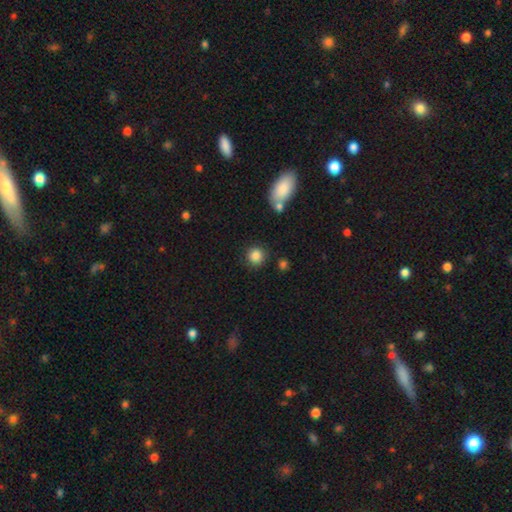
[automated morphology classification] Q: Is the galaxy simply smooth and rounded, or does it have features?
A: smooth — 85%.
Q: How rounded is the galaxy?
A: round — 91%.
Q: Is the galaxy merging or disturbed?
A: none — 85%.